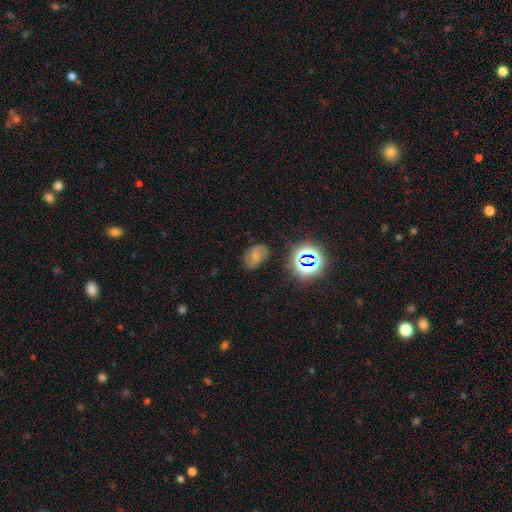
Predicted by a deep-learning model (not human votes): Overall: smooth (49%; featured or disk 28%). Merging: none (70%).